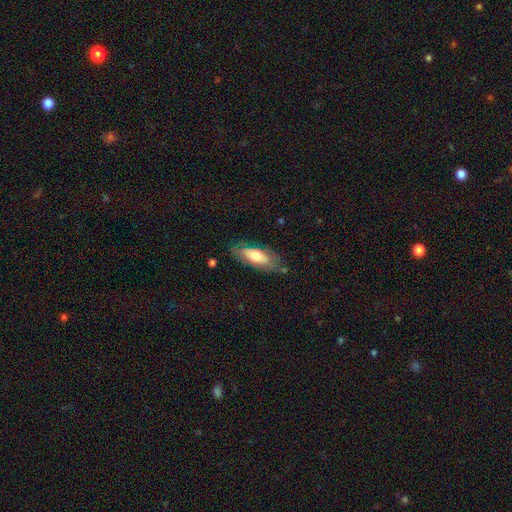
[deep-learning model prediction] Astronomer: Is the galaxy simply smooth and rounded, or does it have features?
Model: smooth — 64%.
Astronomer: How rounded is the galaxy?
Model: in between — 76%.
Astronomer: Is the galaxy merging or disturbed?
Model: none — 72%.